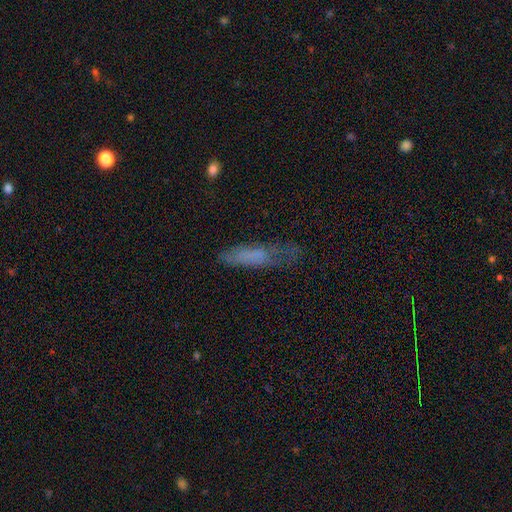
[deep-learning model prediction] A smooth galaxy with no disk features (58%) that is cigar-shaped (71%).

Vote fractions:
- Smooth or featured? smooth: 58% / featured or disk: 30% / star or artifact: 13%
- How rounded? cigar-shaped: 71% / in between: 27% / round: 2%
- Merging? none: 54% / minor disturbance: 28% / major disturbance: 16% / merger: 2%